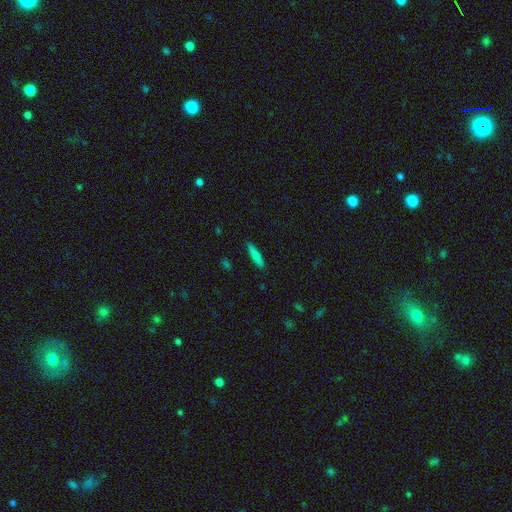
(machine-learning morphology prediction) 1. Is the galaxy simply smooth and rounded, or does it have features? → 79% smooth, 14% featured or disk, 7% star or artifact.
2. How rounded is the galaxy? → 82% cigar-shaped, 16% in between, 2% round.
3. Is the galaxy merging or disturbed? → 89% none, 8% minor disturbance, 2% major disturbance, 1% merger.